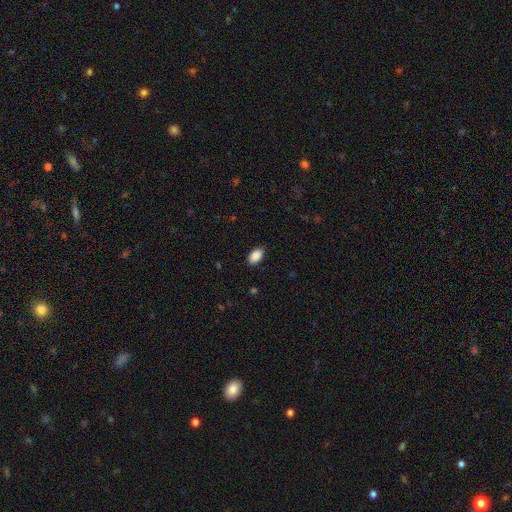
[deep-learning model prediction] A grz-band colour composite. It shows a smooth galaxy with no disk features (90%) that is in between round and cigar-shaped (93%). Merging: none (87%).